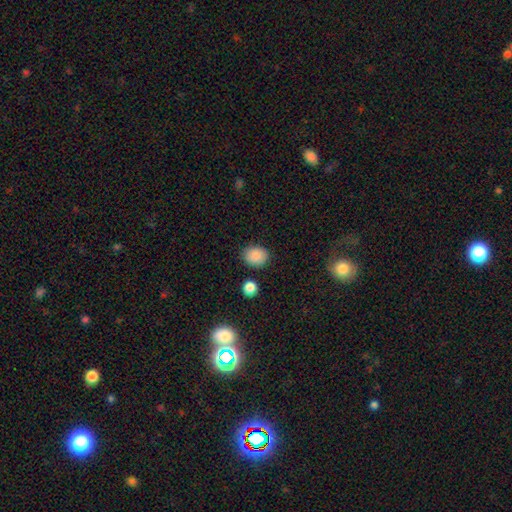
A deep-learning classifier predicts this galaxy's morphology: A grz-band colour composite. It shows a smooth galaxy with no disk features (87%) that is round (52%). Merging: none (84%).